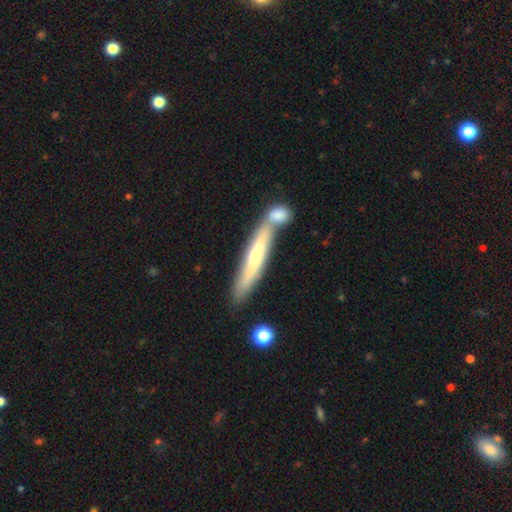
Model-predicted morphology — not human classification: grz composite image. It shows a featured or disk galaxy (50%). Merging: none (51%).